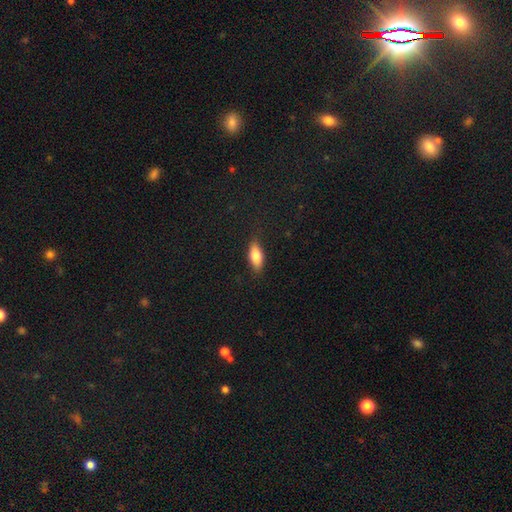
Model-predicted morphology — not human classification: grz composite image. It shows a smooth galaxy with no disk features (78%) that is in between round and cigar-shaped (77%). Merging: none (84%).